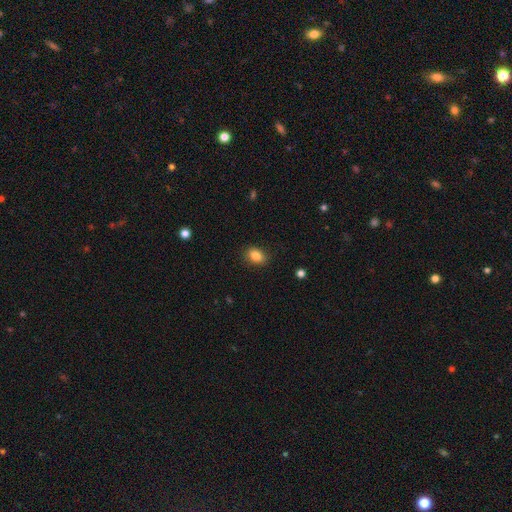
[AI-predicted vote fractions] The model was most divided on "how rounded": in between: 74%, round: 25%, cigar-shaped: 1%. More confident: smooth or featured — smooth (86%); merging — none (84%).